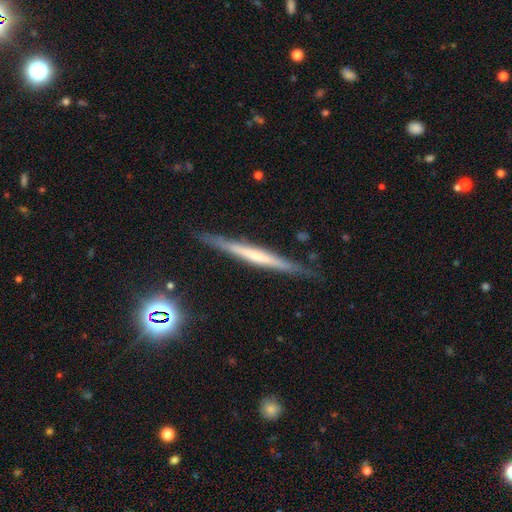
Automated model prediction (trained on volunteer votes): Morphology: type=featured or disk (60%); edge-on=yes (96%); edge-on bulge=none (66%); merging=none (86%).